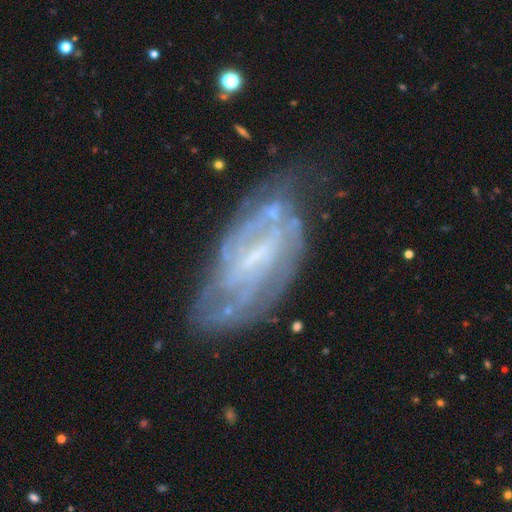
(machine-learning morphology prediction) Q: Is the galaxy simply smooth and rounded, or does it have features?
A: featured or disk — 79%.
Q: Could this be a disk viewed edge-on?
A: no — 92%.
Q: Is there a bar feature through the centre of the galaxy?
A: weak — 45%.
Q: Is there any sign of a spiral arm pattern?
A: yes — 78%.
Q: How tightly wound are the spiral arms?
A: tight — 53%.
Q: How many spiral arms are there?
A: can't tell — 54%.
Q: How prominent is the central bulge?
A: small — 46%.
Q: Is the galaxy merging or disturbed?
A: none — 57%.